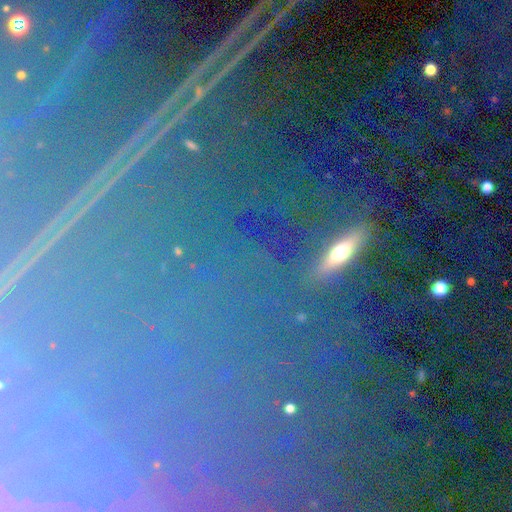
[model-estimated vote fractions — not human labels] star or artifact 50%, smooth 30%, featured or disk 20%.